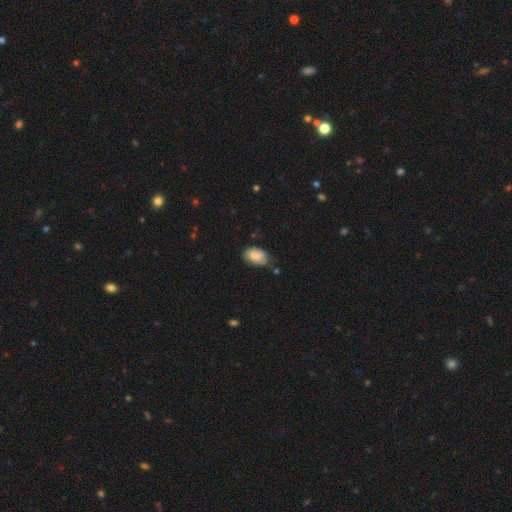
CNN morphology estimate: smooth_or_featured: smooth (p=0.80) [alt: featured or disk p=0.12]
how_rounded: in between (p=0.90) [alt: round p=0.09]
merging: none (p=0.59) [alt: minor disturbance p=0.31]